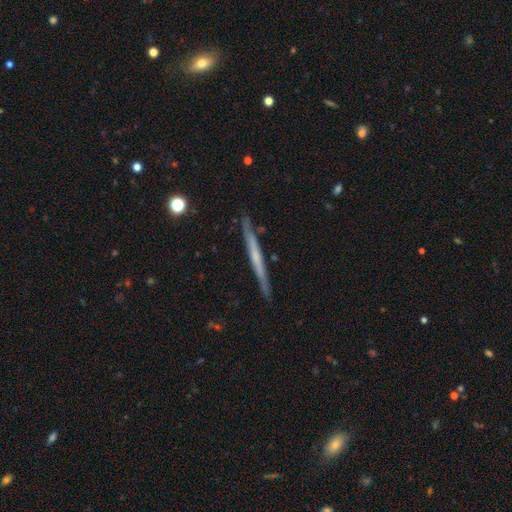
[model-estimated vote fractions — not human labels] Smooth or featured: featured or disk — 60% (smooth — 34%)
Edge-on disk: yes — 97% (no — 3%)
Edge-on bulge: none — 76% (rounded — 17%)
Merging: none — 88% (minor disturbance — 9%)